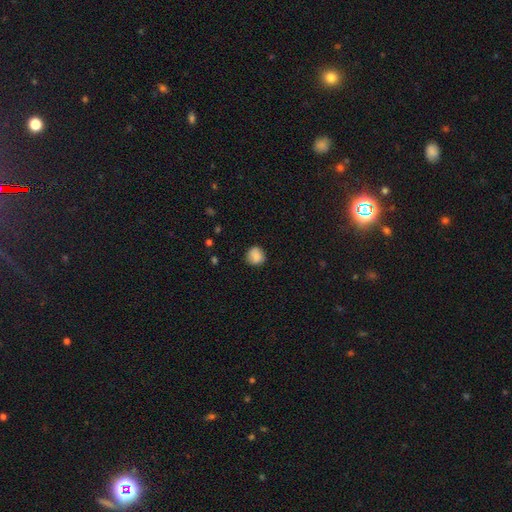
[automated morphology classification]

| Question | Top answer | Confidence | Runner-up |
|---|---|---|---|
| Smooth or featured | smooth | 87% | star or artifact (8%) |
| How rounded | round | 87% | in between (12%) |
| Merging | none | 82% | minor disturbance (14%) |